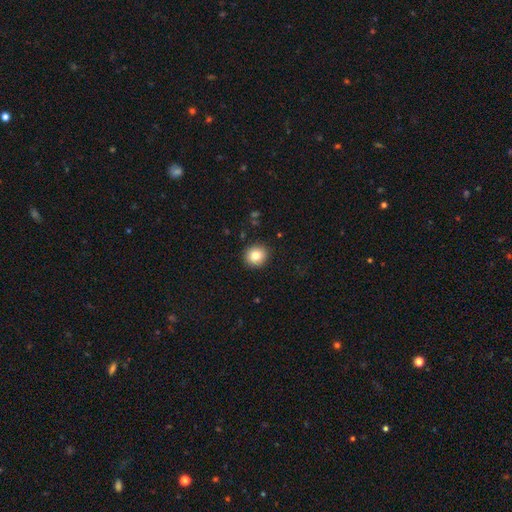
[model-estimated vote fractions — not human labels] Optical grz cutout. It shows a smooth galaxy with no disk features (81%) that is round (90%). Merging: none (91%).